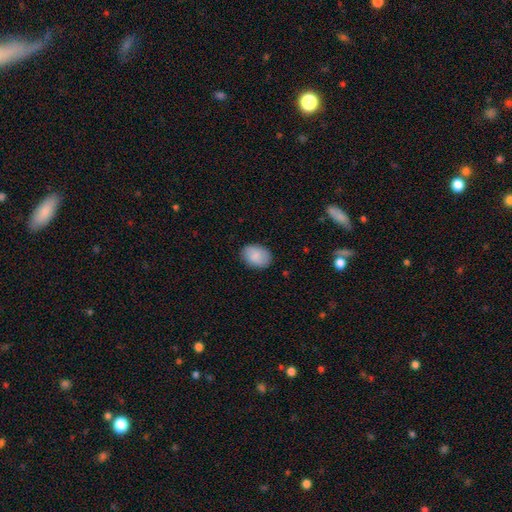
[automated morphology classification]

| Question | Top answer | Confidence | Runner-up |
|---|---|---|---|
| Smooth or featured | smooth | 87% | featured or disk (7%) |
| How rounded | in between | 79% | round (20%) |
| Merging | none | 84% | minor disturbance (12%) |